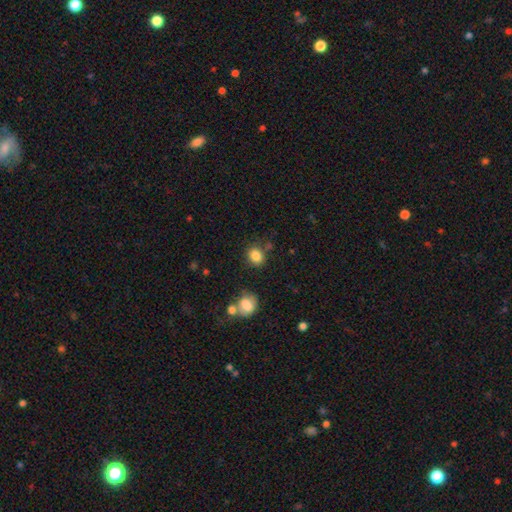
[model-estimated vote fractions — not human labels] smooth_or_featured: smooth (p=0.83) [alt: star or artifact p=0.11]
how_rounded: round (p=0.67) [alt: in between p=0.32]
merging: none (p=0.76) [alt: minor disturbance p=0.13]